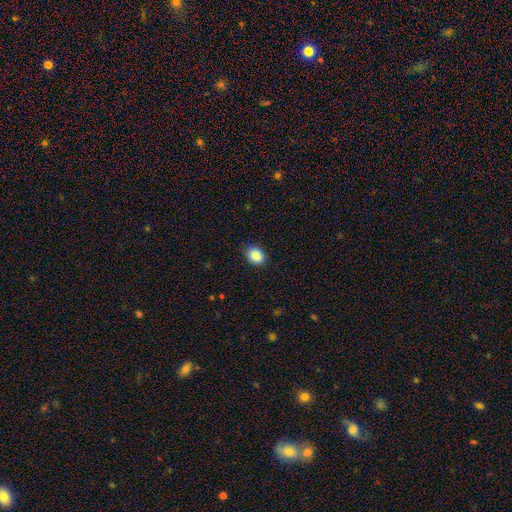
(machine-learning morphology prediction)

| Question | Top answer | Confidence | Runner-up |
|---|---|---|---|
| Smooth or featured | smooth | 89% | star or artifact (8%) |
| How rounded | in between | 55% | round (44%) |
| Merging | none | 83% | minor disturbance (14%) |